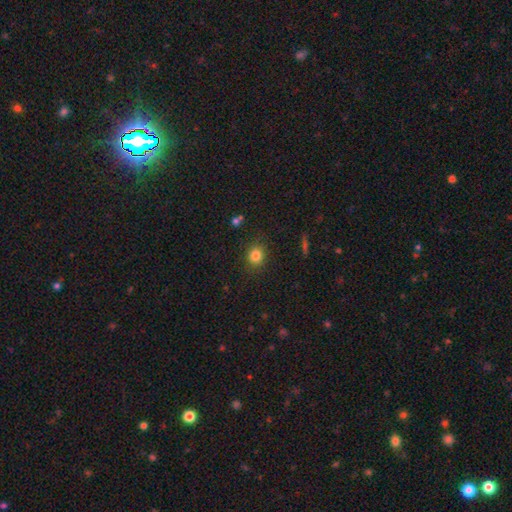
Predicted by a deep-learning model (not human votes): A smooth galaxy with no disk features (82%) that is round (77%). Merging: none (86%).